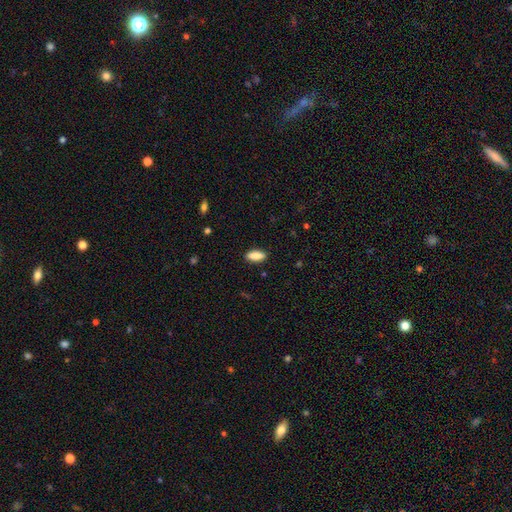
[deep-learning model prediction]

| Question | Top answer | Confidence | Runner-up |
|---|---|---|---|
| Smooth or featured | smooth | 87% | star or artifact (6%) |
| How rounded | in between | 79% | cigar-shaped (19%) |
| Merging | none | 89% | minor disturbance (8%) |